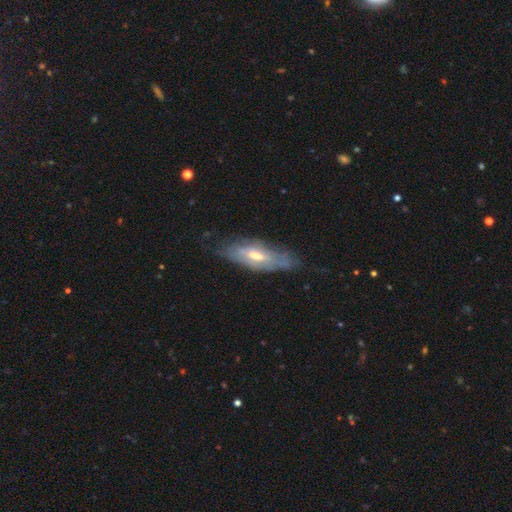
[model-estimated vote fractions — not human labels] Smooth or featured? Predicted: featured or disk (p=0.60). Edge-on disk? Predicted: no (p=0.69). Merging? Predicted: none (p=0.61).